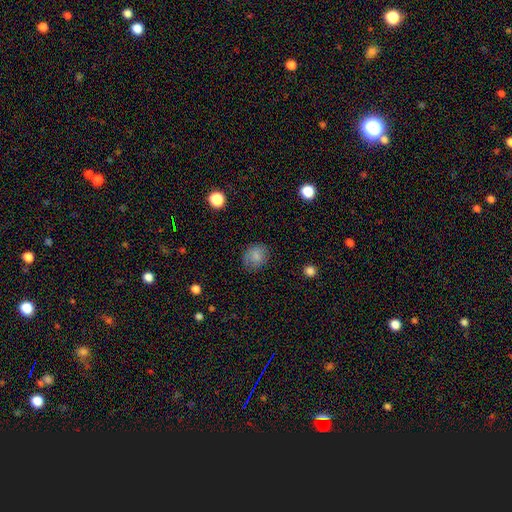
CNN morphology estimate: A smooth galaxy with no disk features (83%) that is round (71%). Merging: none (80%).